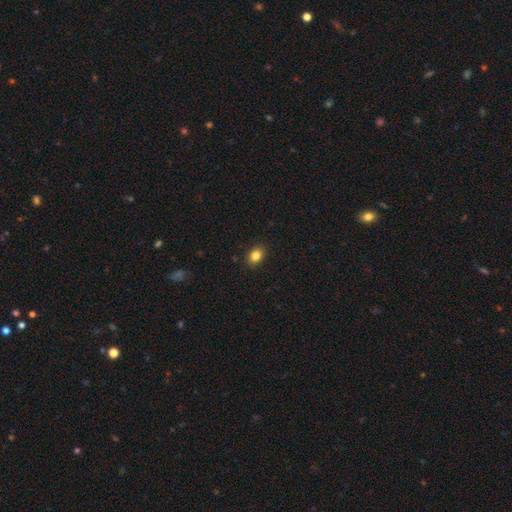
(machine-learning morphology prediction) smooth_or_featured: smooth (p=0.84) [alt: star or artifact p=0.10]
how_rounded: in between (p=0.66) [alt: round p=0.33]
merging: none (p=0.88) [alt: minor disturbance p=0.09]